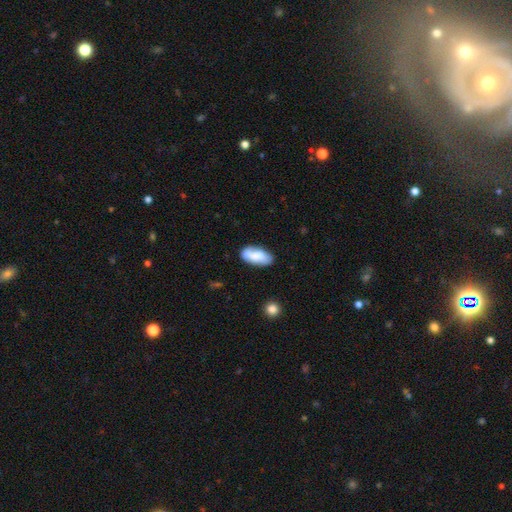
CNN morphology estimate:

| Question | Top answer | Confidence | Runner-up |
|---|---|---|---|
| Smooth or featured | smooth | 71% | featured or disk (22%) |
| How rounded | in between | 90% | cigar-shaped (7%) |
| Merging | none | 72% | minor disturbance (18%) |